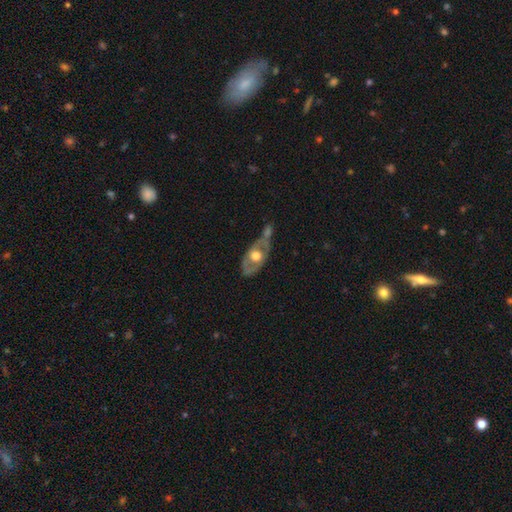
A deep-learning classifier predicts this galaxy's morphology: Smooth or featured? featured or disk (59%)
Edge-on disk? no (83%)
Merging? none (42%)